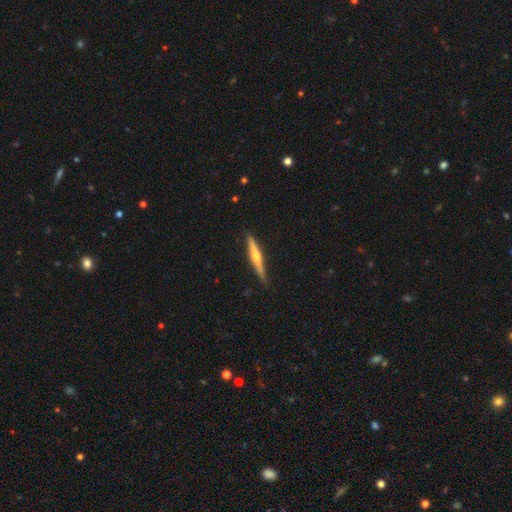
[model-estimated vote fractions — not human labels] This appears to be a featured or disk galaxy (66%) viewed edge-on (97%) with a rounded central bulge (88%). Merging: none (87%).